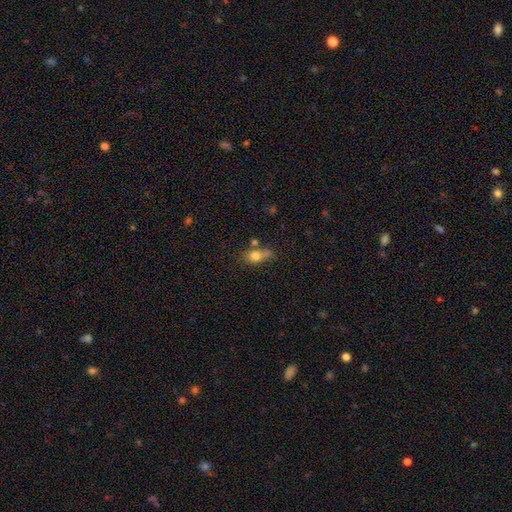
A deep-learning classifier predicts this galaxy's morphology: type=smooth (77%); roundness=in between (56%); merging=none (47%).